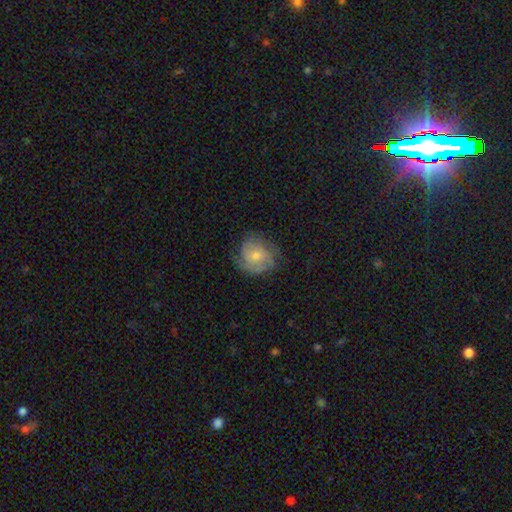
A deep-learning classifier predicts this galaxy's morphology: Smooth or featured: featured or disk — 52% (smooth — 39%)
Edge-on disk: no — 97% (yes — 3%)
Bar: no — 74% (weak — 23%)
Spiral arms: yes — 84% (no — 16%)
Bulge size: small — 48% (moderate — 45%)
Merging: none — 70% (minor disturbance — 21%)